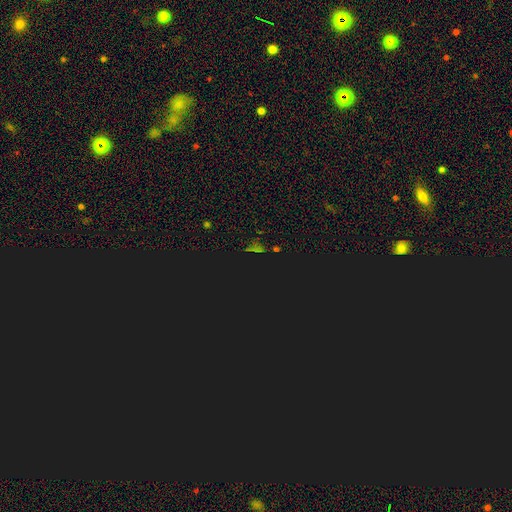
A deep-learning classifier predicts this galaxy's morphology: Q: Smooth or featured?
A: star or artifact (78%); runner-up: smooth (15%)